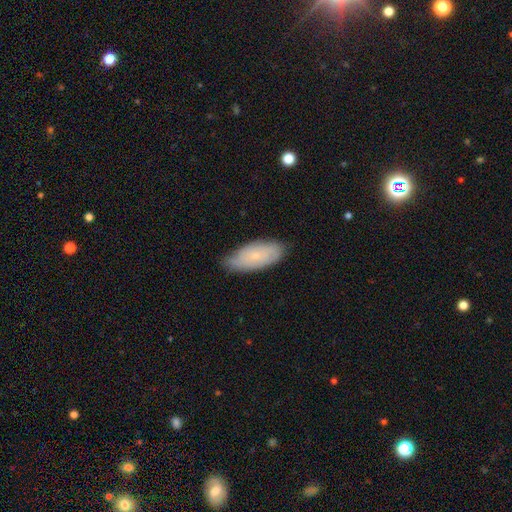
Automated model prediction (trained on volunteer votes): smooth_or_featured: smooth (p=0.60) [alt: featured or disk p=0.33]
how_rounded: in between (p=0.87) [alt: cigar-shaped p=0.10]
merging: none (p=0.73) [alt: minor disturbance p=0.22]